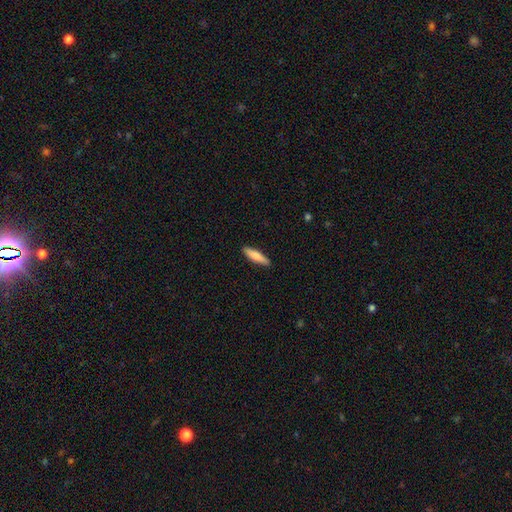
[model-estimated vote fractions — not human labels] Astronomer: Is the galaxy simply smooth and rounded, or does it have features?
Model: smooth — 78%.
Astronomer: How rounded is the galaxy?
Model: cigar-shaped — 75%.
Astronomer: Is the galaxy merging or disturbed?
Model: none — 89%.